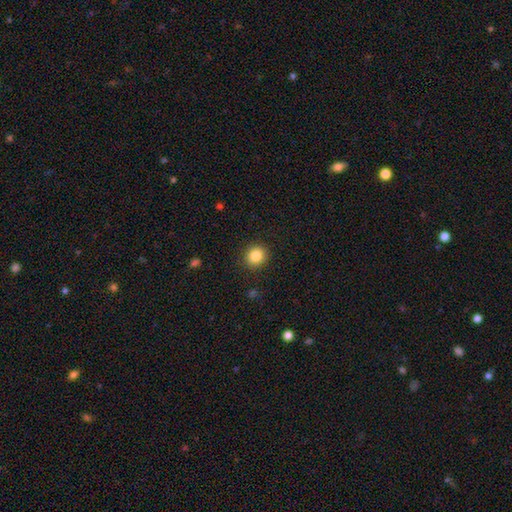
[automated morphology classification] smooth_or_featured: smooth (p=0.85) [alt: star or artifact p=0.10]
how_rounded: round (p=0.89) [alt: in between p=0.10]
merging: none (p=0.91) [alt: minor disturbance p=0.06]